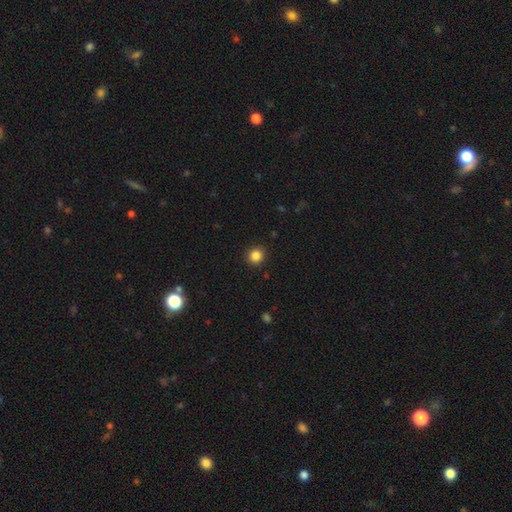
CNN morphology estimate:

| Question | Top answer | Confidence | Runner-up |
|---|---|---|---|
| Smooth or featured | smooth | 85% | star or artifact (11%) |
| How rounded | round | 92% | in between (7%) |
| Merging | none | 91% | minor disturbance (6%) |